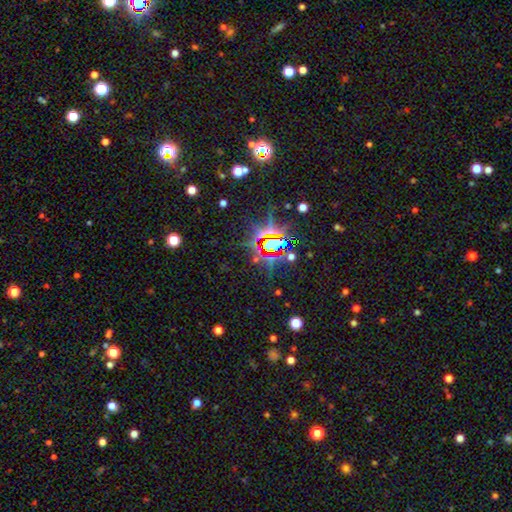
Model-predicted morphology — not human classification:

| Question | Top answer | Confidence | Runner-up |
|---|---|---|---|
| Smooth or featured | star or artifact | 80% | smooth (12%) |